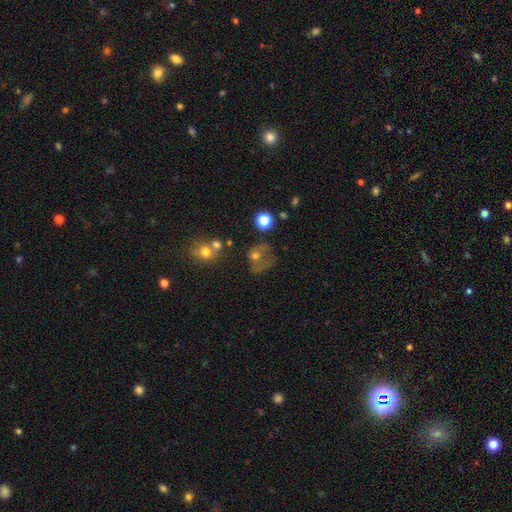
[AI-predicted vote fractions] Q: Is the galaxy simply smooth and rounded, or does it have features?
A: smooth — 52%.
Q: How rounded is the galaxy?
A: round — 62%.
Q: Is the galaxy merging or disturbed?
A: none — 32%.